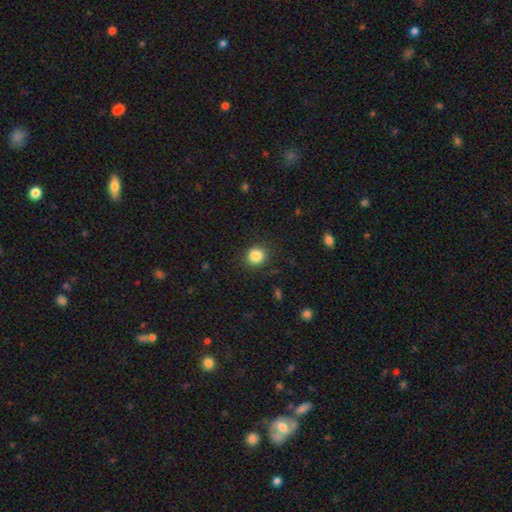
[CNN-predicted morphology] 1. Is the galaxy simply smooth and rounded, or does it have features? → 85% smooth, 11% star or artifact, 4% featured or disk.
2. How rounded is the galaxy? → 83% round, 16% in between, 1% cigar-shaped.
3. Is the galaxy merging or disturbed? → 83% none, 12% minor disturbance, 3% major disturbance, 2% merger.